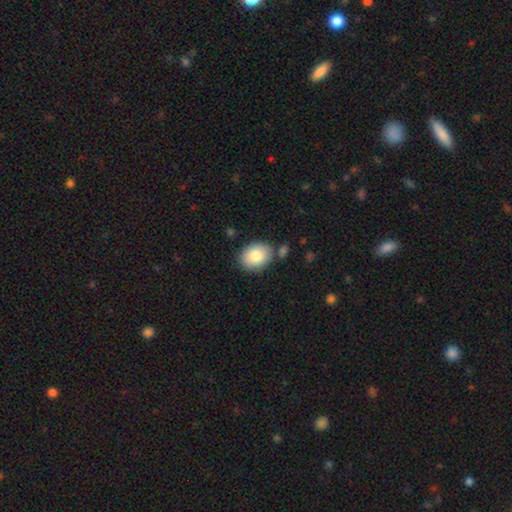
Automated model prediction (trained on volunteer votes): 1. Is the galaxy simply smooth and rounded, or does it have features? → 83% smooth, 10% featured or disk, 7% star or artifact.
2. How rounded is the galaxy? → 63% in between, 36% round, 1% cigar-shaped.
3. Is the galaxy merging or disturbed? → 77% none, 13% minor disturbance, 7% merger, 3% major disturbance.